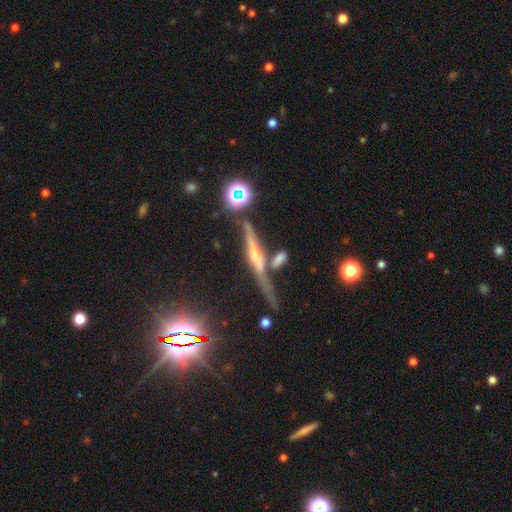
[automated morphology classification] A featured or disk galaxy (67%) viewed edge-on (91%) with a rounded central bulge (64%). Merging: none (56%).